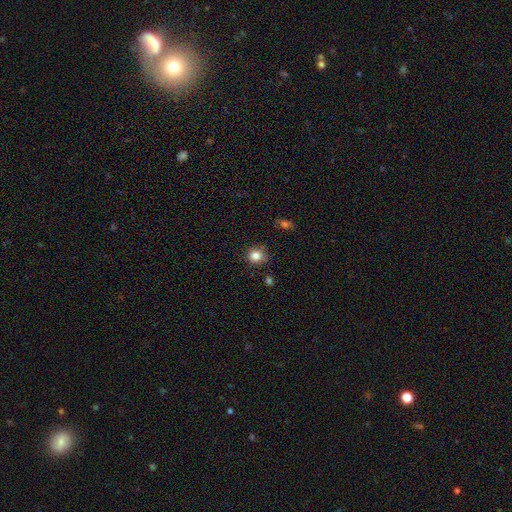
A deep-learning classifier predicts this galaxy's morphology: The model was most divided on "merging": none: 80%, minor disturbance: 14%, major disturbance: 3%, merger: 2%. More confident: how rounded — round (85%); smooth or featured — smooth (83%).